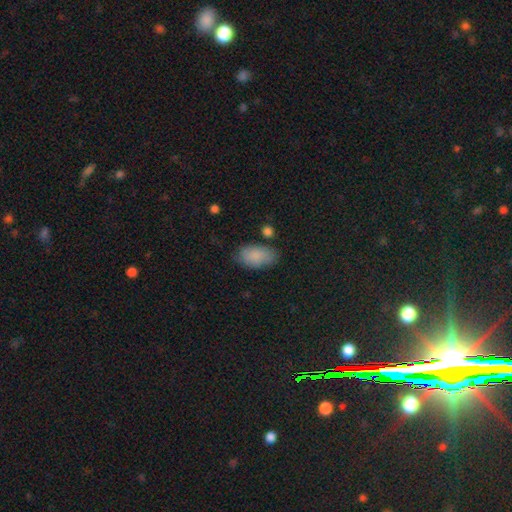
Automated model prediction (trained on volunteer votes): smooth 83%, featured or disk 9%, star or artifact 8%. Down the decision tree: how rounded — in between (93%); merging — none (70%).